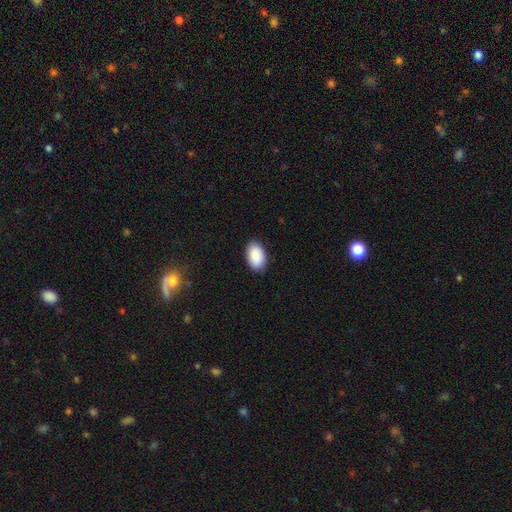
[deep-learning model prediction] A smooth galaxy with no disk features (90%) that is in between round and cigar-shaped (93%).

Vote fractions:
- Smooth or featured? smooth: 90% / star or artifact: 6% / featured or disk: 4%
- How rounded? in between: 93% / round: 6% / cigar-shaped: 1%
- Merging? none: 89% / minor disturbance: 8% / major disturbance: 2% / merger: 1%